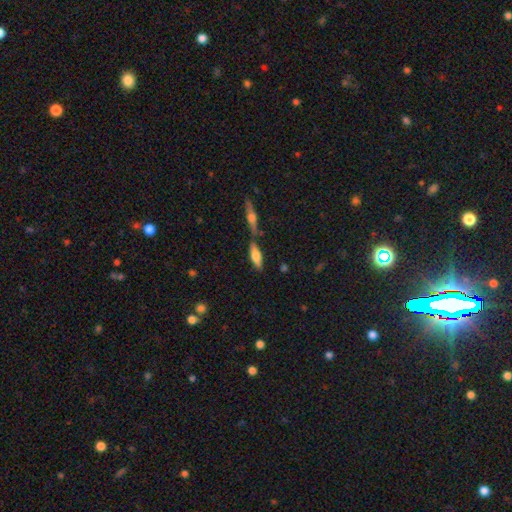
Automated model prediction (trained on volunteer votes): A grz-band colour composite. It shows a smooth galaxy with no disk features (62%) that is in between round and cigar-shaped (55%). Merging: none (58%).